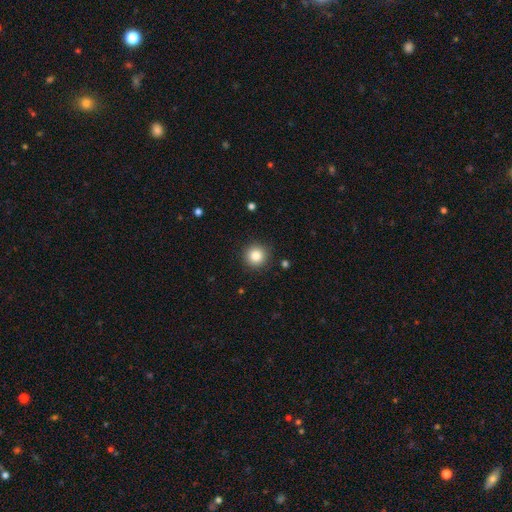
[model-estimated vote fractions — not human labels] Smooth or featured? Predicted: smooth (p=0.85). How rounded? Predicted: round (p=0.95). Merging? Predicted: none (p=0.90).